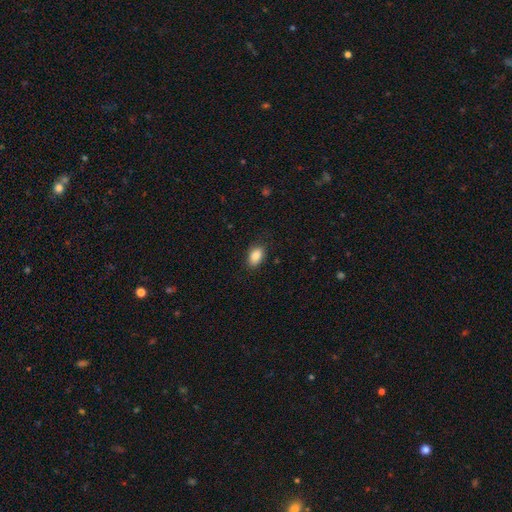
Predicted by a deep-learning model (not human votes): Overall: smooth (87%). How rounded: in between (87%). Merging: none (84%).